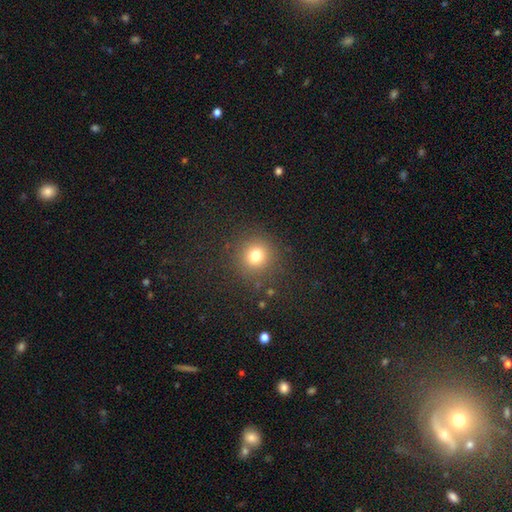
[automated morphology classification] Overall: smooth (76%). How rounded: round (92%). Merging: none (88%).